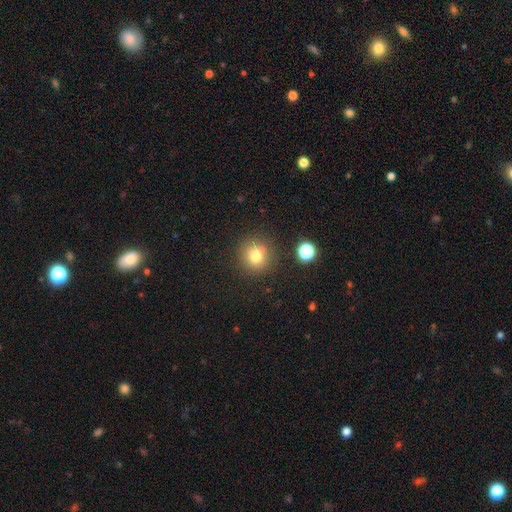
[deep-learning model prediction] Smooth or featured? Predicted: smooth (p=0.77). How rounded? Predicted: round (p=0.93). Merging? Predicted: none (p=0.81).